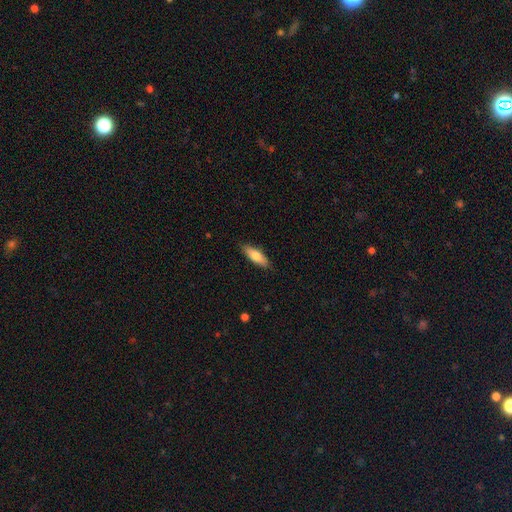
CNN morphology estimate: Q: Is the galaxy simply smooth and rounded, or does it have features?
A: smooth — 74%.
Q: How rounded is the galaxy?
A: in between — 56%.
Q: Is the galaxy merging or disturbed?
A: none — 86%.